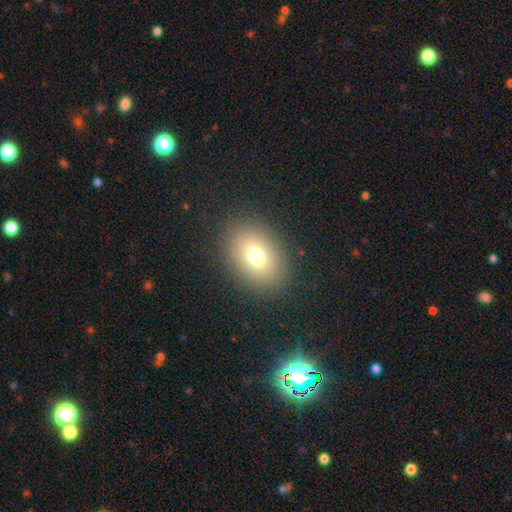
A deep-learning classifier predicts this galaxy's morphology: Smooth or featured: smooth — 73% (featured or disk — 15%)
How rounded: in between — 74% (round — 25%)
Merging: none — 87% (minor disturbance — 8%)